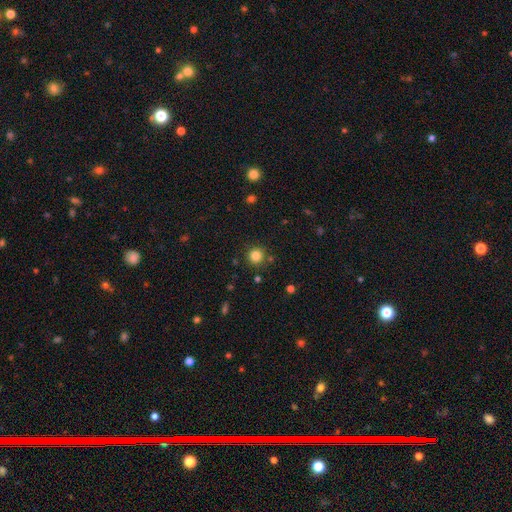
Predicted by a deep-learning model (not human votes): This appears to be a smooth galaxy with no disk features (82%) that is round (94%). Merging: none (87%).